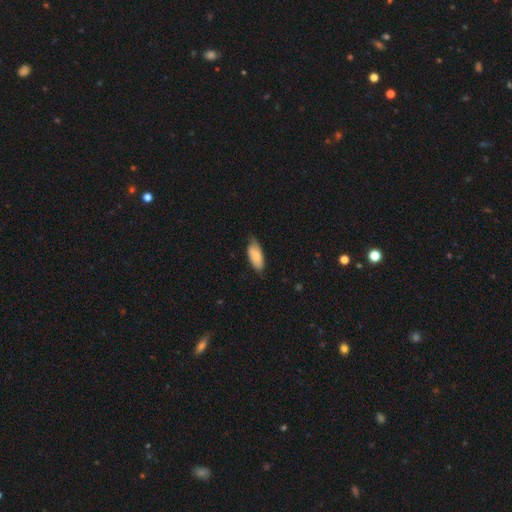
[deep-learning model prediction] The model was most divided on "merging": none: 61%, minor disturbance: 32%, major disturbance: 6%, merger: 1%. More confident: how rounded — in between (84%); smooth or featured — smooth (80%).